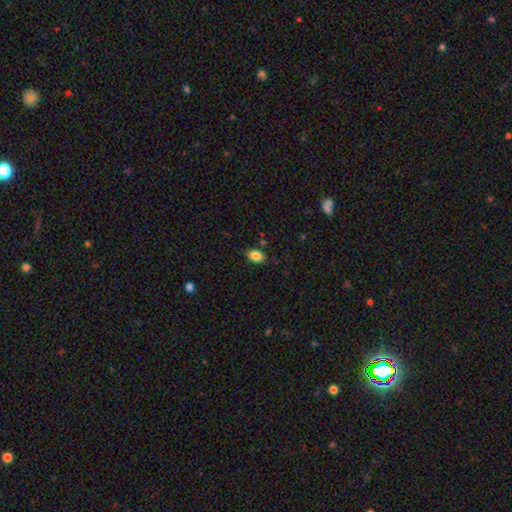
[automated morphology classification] This is clearly a smooth galaxy (85%). How rounded: likely in between (79%). Merging: clearly none (83%).